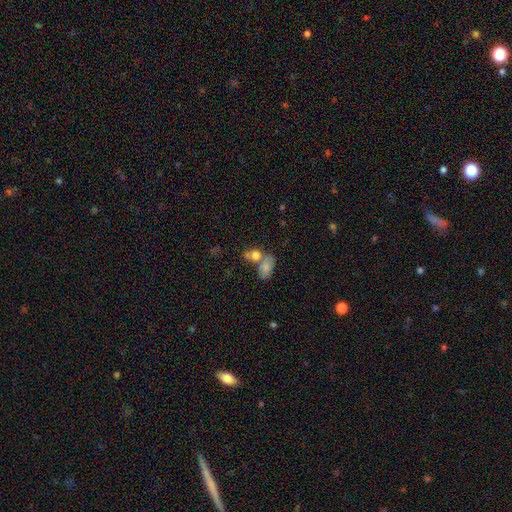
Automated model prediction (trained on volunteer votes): Overall: smooth (76%). How rounded: in between (62%; round 36%). Merging: merger (52%; none 32%).